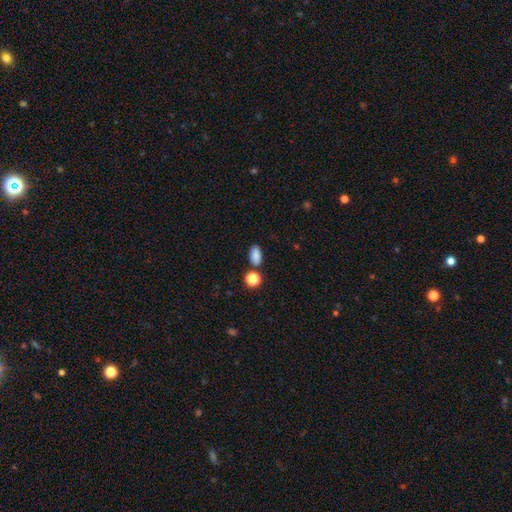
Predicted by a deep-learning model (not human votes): A smooth galaxy with no disk features (86%) that is in between round and cigar-shaped (87%).

Vote fractions:
- Smooth or featured? smooth: 86% / star or artifact: 10% / featured or disk: 4%
- How rounded? in between: 87% / round: 9% / cigar-shaped: 4%
- Merging? none: 77% / minor disturbance: 11% / merger: 9% / major disturbance: 3%